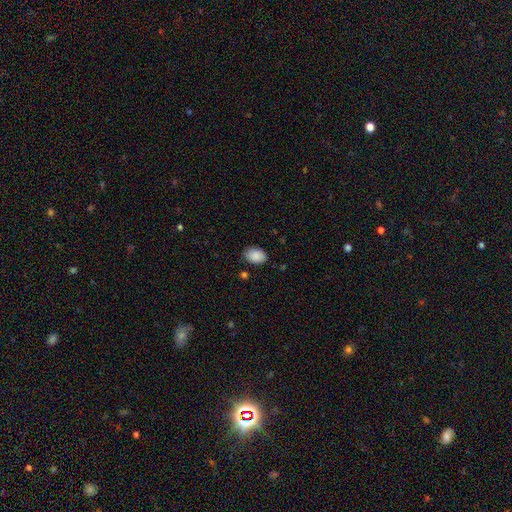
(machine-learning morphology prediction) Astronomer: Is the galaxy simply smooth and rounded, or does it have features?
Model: smooth — 89%.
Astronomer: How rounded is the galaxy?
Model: in between — 82%.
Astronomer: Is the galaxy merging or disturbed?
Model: none — 82%.